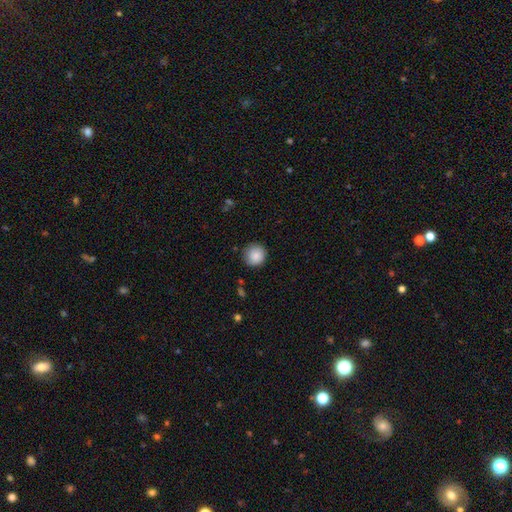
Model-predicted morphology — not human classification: smooth_or_featured: smooth (p=0.88) [alt: star or artifact p=0.08]
how_rounded: round (p=0.94) [alt: in between p=0.06]
merging: none (p=0.86) [alt: minor disturbance p=0.11]